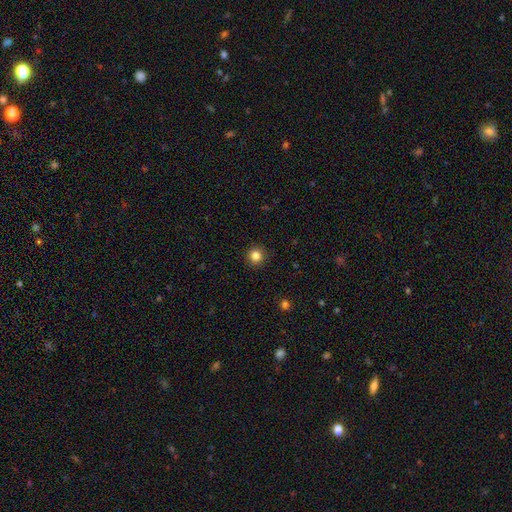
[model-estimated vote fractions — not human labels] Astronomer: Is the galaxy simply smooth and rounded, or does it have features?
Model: smooth — 84%.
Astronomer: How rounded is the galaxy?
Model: round — 94%.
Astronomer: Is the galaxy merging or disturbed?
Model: none — 92%.